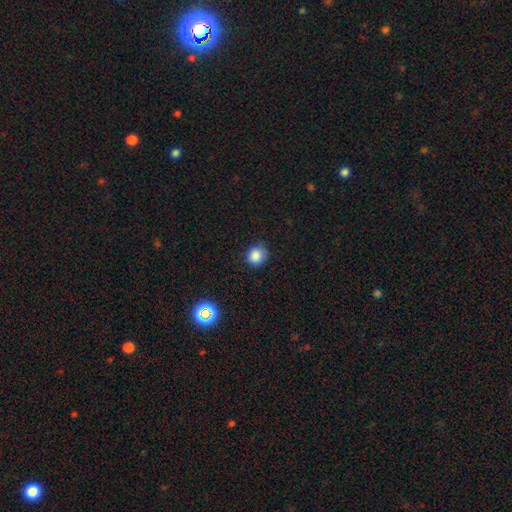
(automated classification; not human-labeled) Smooth or featured?
  - smooth: 85% *
  - star or artifact: 11%
  - featured or disk: 4%
How rounded?
  - round: 85% *
  - in between: 14%
  - cigar-shaped: 1%
Merging?
  - none: 80% *
  - minor disturbance: 16%
  - major disturbance: 3%
  - merger: 1%